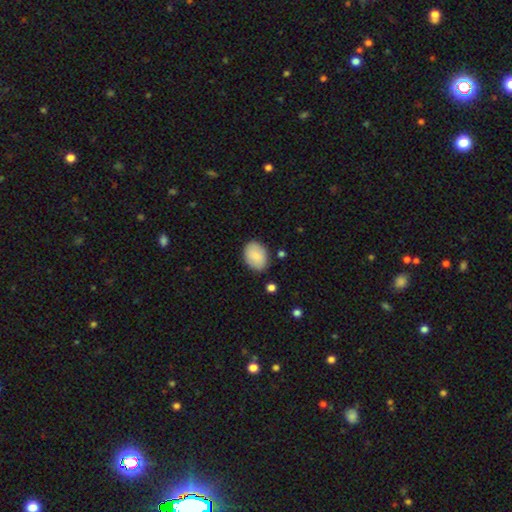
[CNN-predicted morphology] Smooth or featured?
  - smooth: 88% *
  - star or artifact: 6%
  - featured or disk: 6%
How rounded?
  - in between: 78% *
  - round: 21%
  - cigar-shaped: 1%
Merging?
  - none: 82% *
  - minor disturbance: 13%
  - major disturbance: 3%
  - merger: 2%